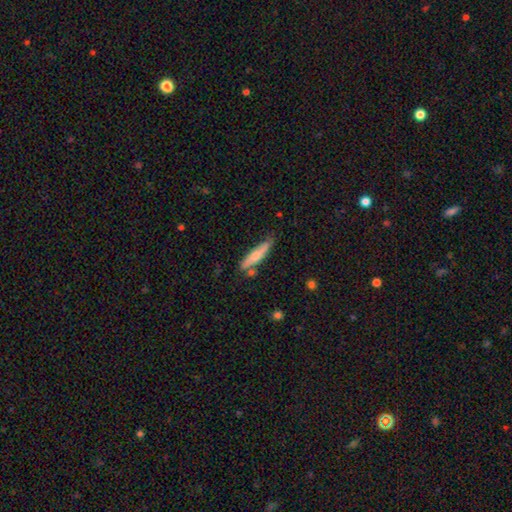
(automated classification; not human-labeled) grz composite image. It shows a smooth galaxy with no disk features (64%) that is cigar-shaped (82%). Merging: none (72%).